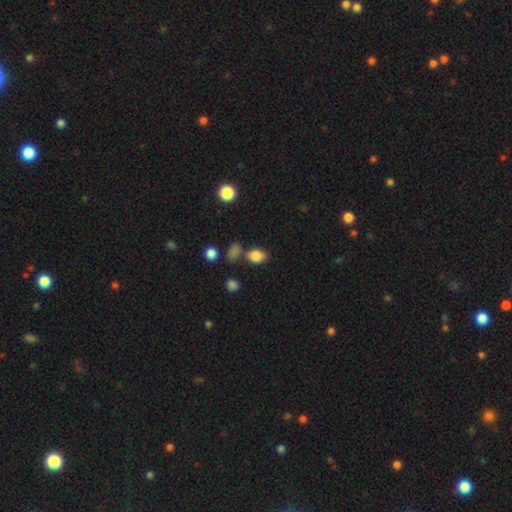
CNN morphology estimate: smooth 83%, star or artifact 11%, featured or disk 6%. Down the decision tree: how rounded — in between (76%); merging — none (64%).